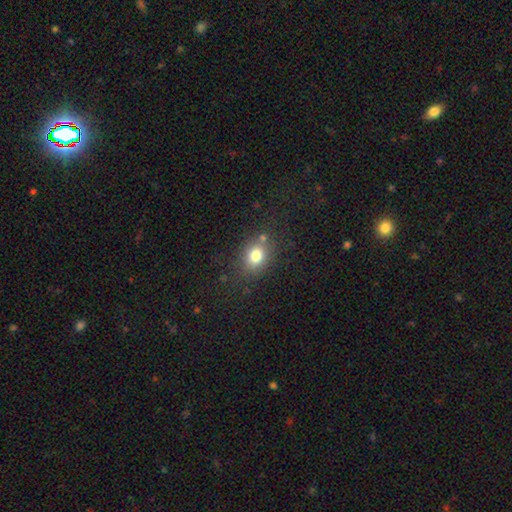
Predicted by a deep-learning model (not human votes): Smooth or featured: smooth — 79% (star or artifact — 12%)
How rounded: round — 50% (in between — 48%)
Merging: none — 73% (minor disturbance — 14%)